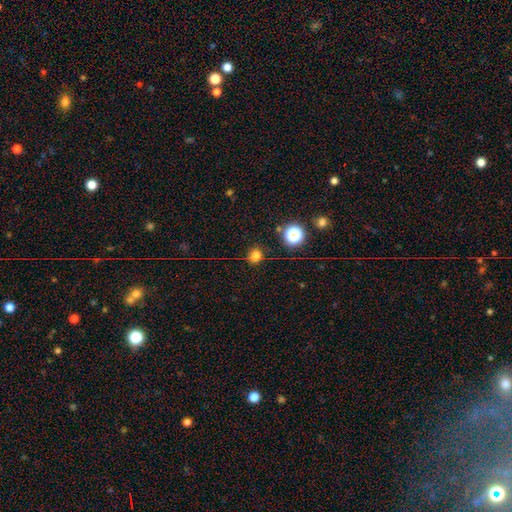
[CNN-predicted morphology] Smooth or featured? Predicted: smooth (p=0.74). How rounded? Predicted: round (p=0.71). Merging? Predicted: none (p=0.75).